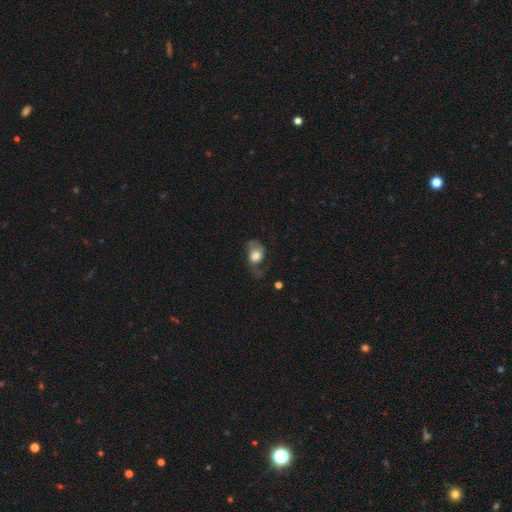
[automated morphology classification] Smooth or featured: smooth — 53% (featured or disk — 39%)
How rounded: in between — 70% (round — 28%)
Merging: major disturbance — 37% (none — 34%)